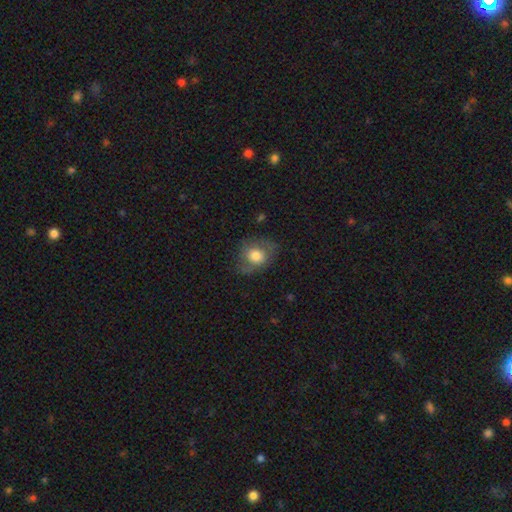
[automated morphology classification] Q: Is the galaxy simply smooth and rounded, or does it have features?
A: smooth — 68%.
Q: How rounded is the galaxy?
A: round — 57%.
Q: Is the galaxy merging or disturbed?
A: none — 65%.